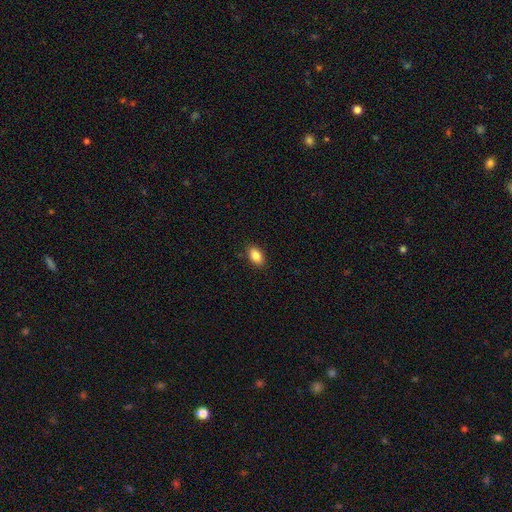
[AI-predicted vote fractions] Smooth or featured: smooth — 85% (star or artifact — 8%)
How rounded: in between — 89% (round — 9%)
Merging: none — 89% (minor disturbance — 8%)